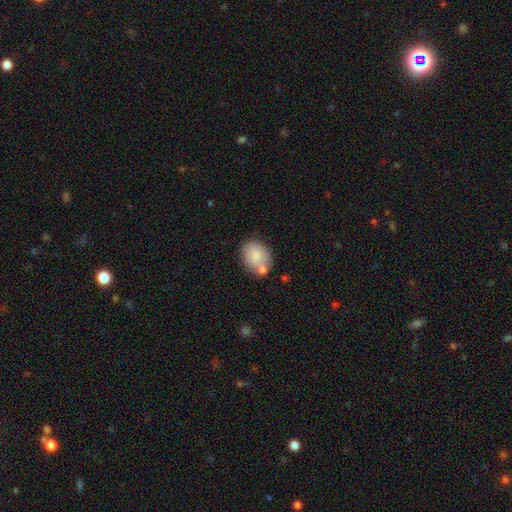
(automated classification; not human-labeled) smooth 79%, featured or disk 14%, star or artifact 7%. Down the decision tree: how rounded — in between (57%); merging — none (61%).